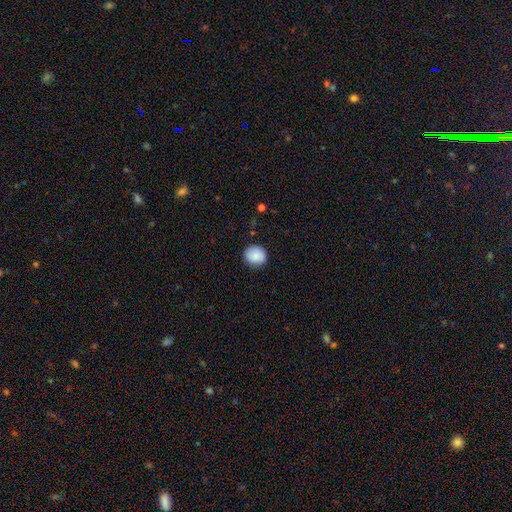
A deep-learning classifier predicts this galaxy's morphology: smooth_or_featured: smooth (p=0.87) [alt: star or artifact p=0.08]
how_rounded: round (p=0.79) [alt: in between p=0.20]
merging: none (p=0.85) [alt: minor disturbance p=0.11]